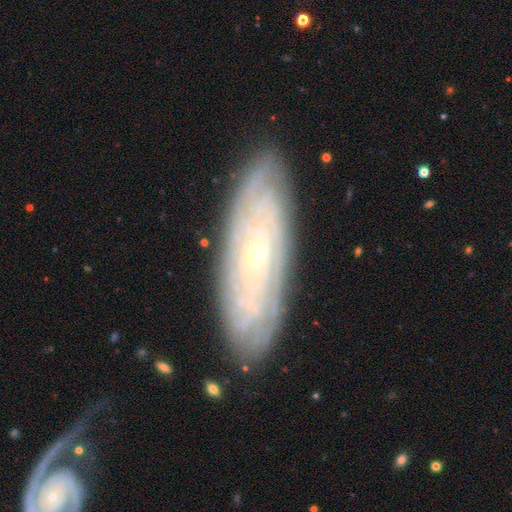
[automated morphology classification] type=featured or disk (77%); edge-on=no (84%); bar=no (77%); spiral arms=yes (91%); winding=tight (83%); arm count=can't tell (54%); bulge=small (84%); merging=none (84%).